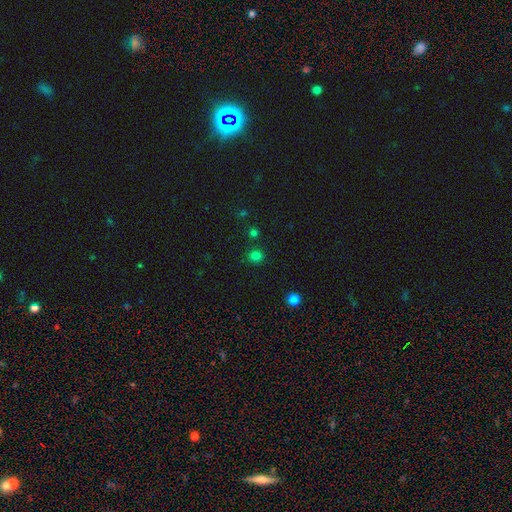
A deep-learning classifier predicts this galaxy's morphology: Smooth or featured? Predicted: smooth (p=0.79). How rounded? Predicted: round (p=0.85). Merging? Predicted: none (p=0.87).